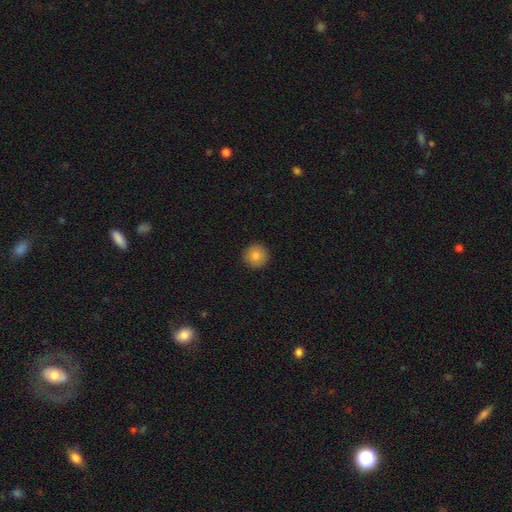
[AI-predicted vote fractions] Morphology: type=smooth (83%); roundness=round (96%); merging=none (93%).